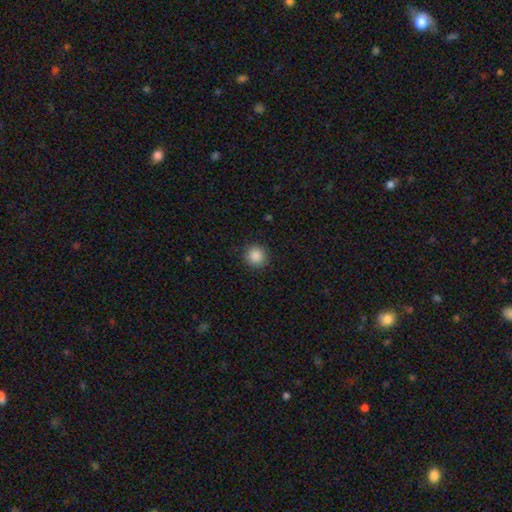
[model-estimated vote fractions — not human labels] smooth_or_featured: smooth (p=0.88) [alt: star or artifact p=0.09]
how_rounded: round (p=0.93) [alt: in between p=0.06]
merging: none (p=0.91) [alt: minor disturbance p=0.06]